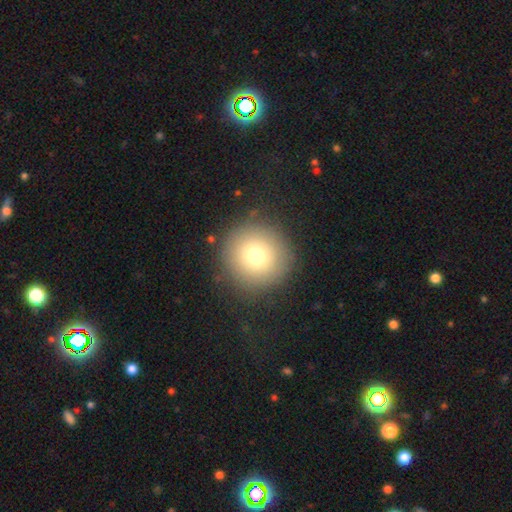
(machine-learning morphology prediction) This appears to be a smooth galaxy with no disk features (74%) that is round (96%). Merging: none (88%).